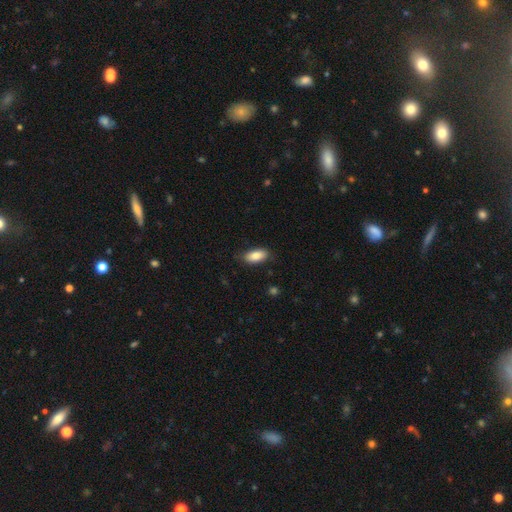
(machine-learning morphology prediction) The model was most divided on "merging": none: 82%, minor disturbance: 14%, major disturbance: 3%, merger: 1%. More confident: how rounded — in between (90%); smooth or featured — smooth (85%).